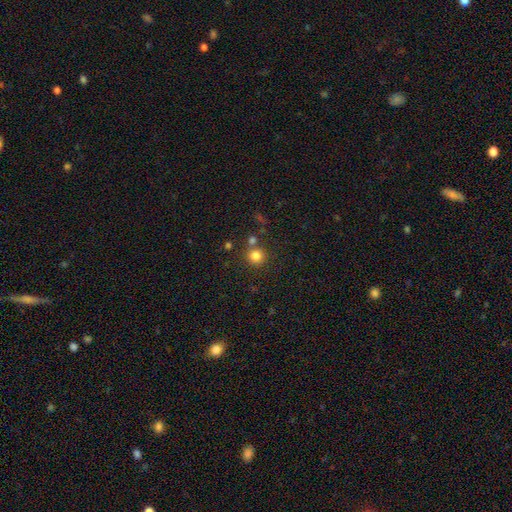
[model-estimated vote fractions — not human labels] smooth_or_featured: smooth (p=0.81) [alt: star or artifact p=0.13]
how_rounded: round (p=0.93) [alt: in between p=0.06]
merging: none (p=0.75) [alt: merger p=0.15]